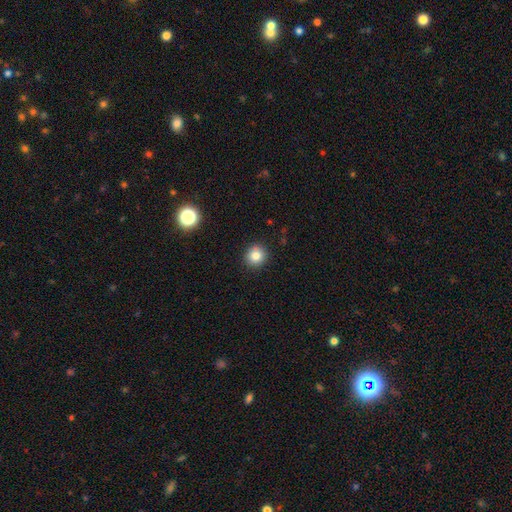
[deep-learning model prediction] Smooth or featured?
  - smooth: 82% *
  - star or artifact: 12%
  - featured or disk: 6%
How rounded?
  - round: 90% *
  - in between: 9%
  - cigar-shaped: 1%
Merging?
  - none: 89% *
  - minor disturbance: 7%
  - major disturbance: 2%
  - merger: 2%